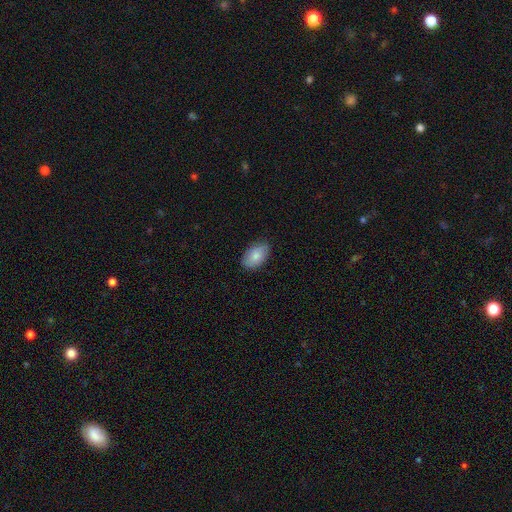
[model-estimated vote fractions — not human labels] Smooth or featured: smooth — 81% (featured or disk — 12%)
How rounded: in between — 92% (round — 6%)
Merging: none — 84% (minor disturbance — 13%)